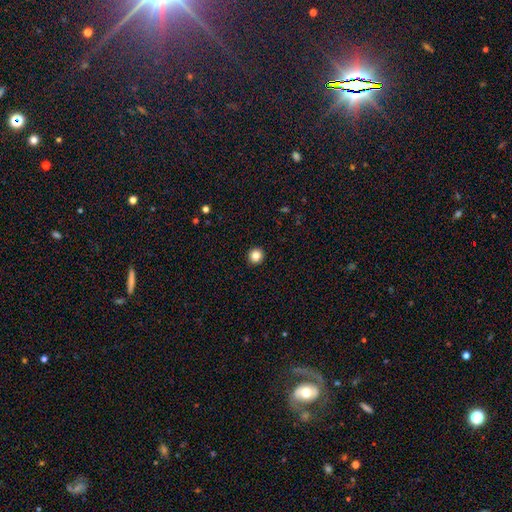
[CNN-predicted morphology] type=smooth (85%); roundness=round (95%); merging=none (94%).